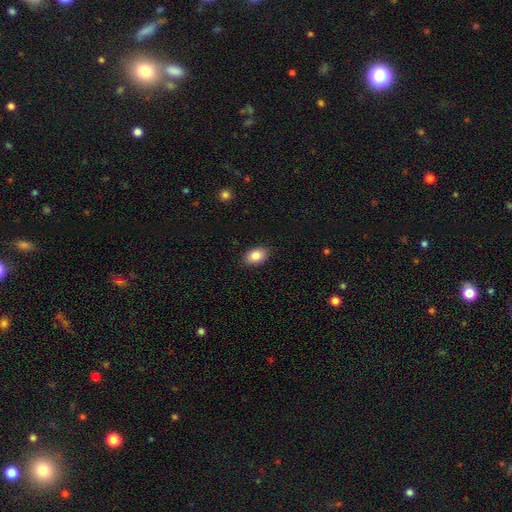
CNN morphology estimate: type=smooth (86%); roundness=in between (83%); merging=none (87%).